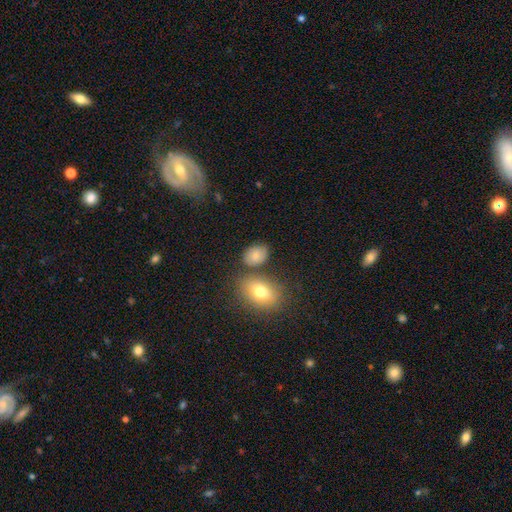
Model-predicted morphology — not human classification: Smooth or featured: smooth — 80% (featured or disk — 10%)
How rounded: in between — 76% (round — 22%)
Merging: none — 69% (minor disturbance — 14%)